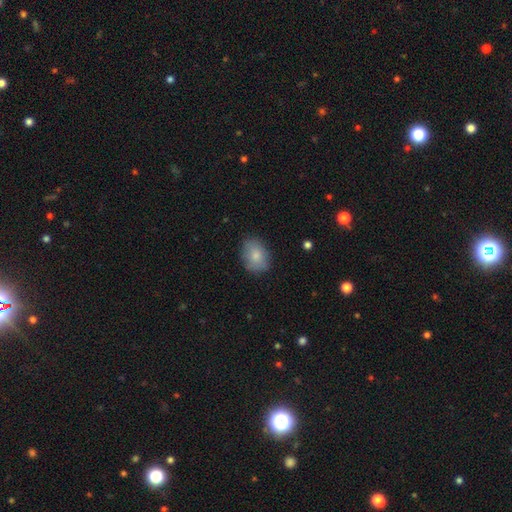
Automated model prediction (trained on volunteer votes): smooth 81%, featured or disk 12%, star or artifact 7%. Down the decision tree: how rounded — in between (70%); merging — none (78%).